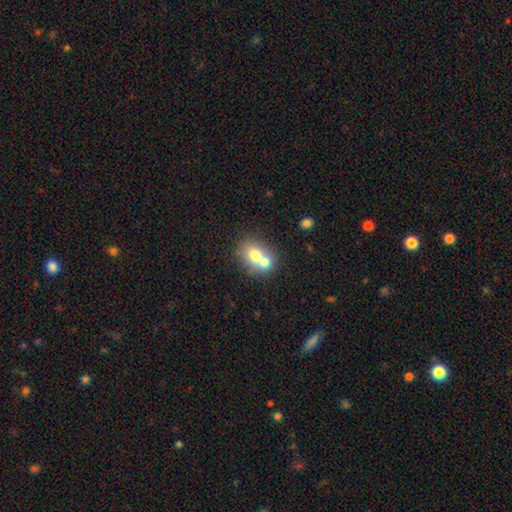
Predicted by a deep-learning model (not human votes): Smooth or featured?
  - smooth: 68% *
  - featured or disk: 22%
  - star or artifact: 10%
How rounded?
  - round: 59% *
  - in between: 40%
  - cigar-shaped: 1%
Merging?
  - merger: 59% *
  - none: 31%
  - minor disturbance: 7%
  - major disturbance: 3%